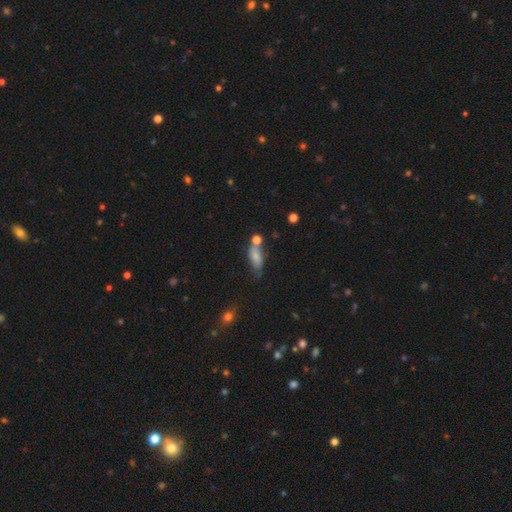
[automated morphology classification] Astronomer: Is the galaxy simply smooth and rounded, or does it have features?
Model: smooth — 69%.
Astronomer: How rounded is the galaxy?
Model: in between — 73%.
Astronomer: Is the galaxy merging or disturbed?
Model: none — 46% (runner-up: minor disturbance, 24%).